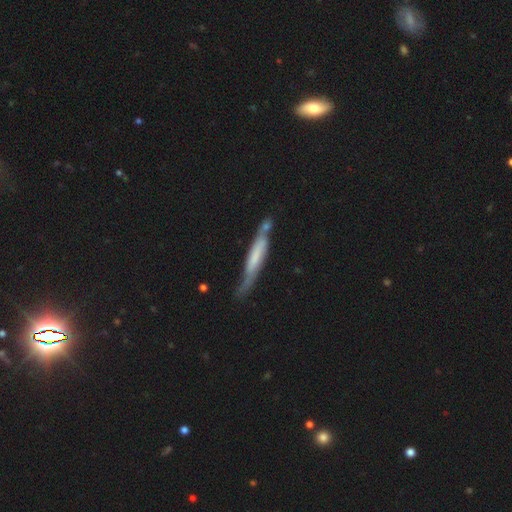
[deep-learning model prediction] Overall: featured or disk (53%; smooth 41%). Edge-on disk: yes (74%). Merging: none (51%; minor disturbance 25%).